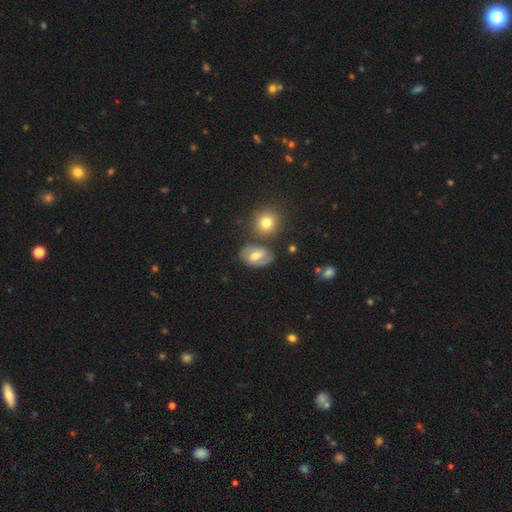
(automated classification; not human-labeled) smooth_or_featured: featured or disk (p=0.55) [alt: smooth p=0.36]
disk_edge_on: no (p=0.95) [alt: yes p=0.05]
bar: weak (p=0.48) [alt: no p=0.27]
has_spiral_arms: yes (p=0.67) [alt: no p=0.33]
bulge_size: moderate (p=0.70) [alt: small p=0.18]
merging: none (p=0.68) [alt: minor disturbance p=0.16]